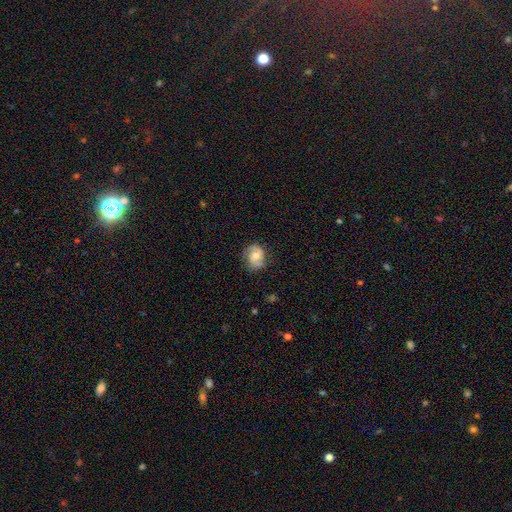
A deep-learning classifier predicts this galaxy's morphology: Overall: featured or disk (57%; smooth 35%). Edge-on disk: no (97%). Bar: no (58%; weak 35%). Spiral arms: yes (89%). Bulge size: moderate (54%; small 32%). Merging: none (72%).